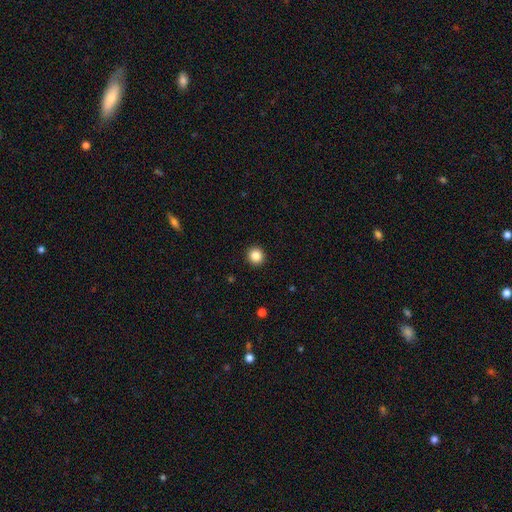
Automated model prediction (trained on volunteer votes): Morphology: type=smooth (86%); roundness=round (94%); merging=none (93%).